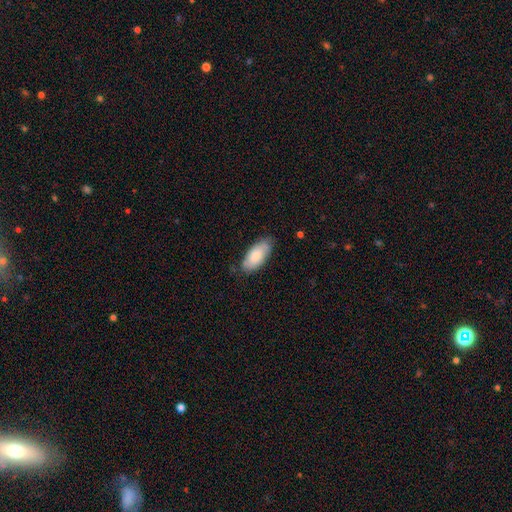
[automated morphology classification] A smooth galaxy with no disk features (81%) that is in between round and cigar-shaped (90%).

Vote fractions:
- Smooth or featured? smooth: 81% / featured or disk: 14% / star or artifact: 6%
- How rounded? in between: 90% / cigar-shaped: 8% / round: 2%
- Merging? none: 74% / minor disturbance: 21% / major disturbance: 3% / merger: 1%